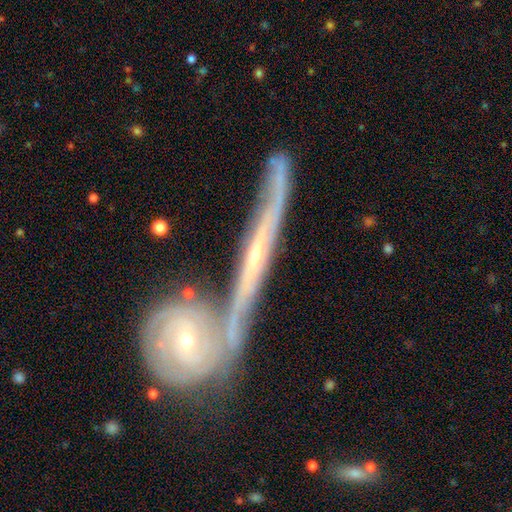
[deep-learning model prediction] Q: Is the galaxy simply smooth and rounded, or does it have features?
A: featured or disk — 41%.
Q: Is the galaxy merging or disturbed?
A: none — 44%.